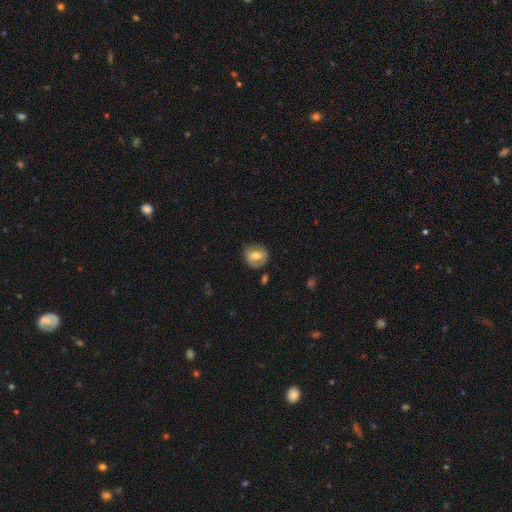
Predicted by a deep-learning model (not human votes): smooth 54%, featured or disk 38%, star or artifact 8%. Down the decision tree: how rounded — round (66%); merging — none (70%).